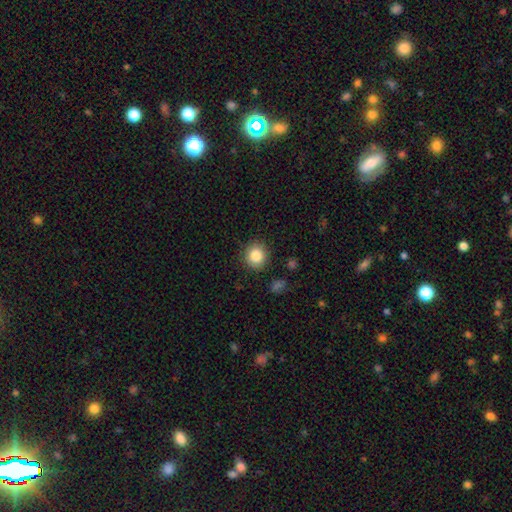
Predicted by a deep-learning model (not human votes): Q: Smooth or featured?
A: smooth (85%); runner-up: star or artifact (10%)
Q: How rounded?
A: round (89%); runner-up: in between (10%)
Q: Merging?
A: none (89%); runner-up: minor disturbance (7%)